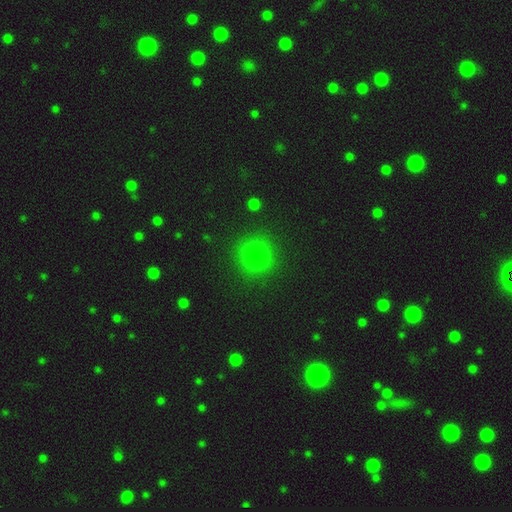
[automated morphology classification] This is likely a smooth galaxy (80%). How rounded: clearly round (91%). Merging: clearly none (88%).